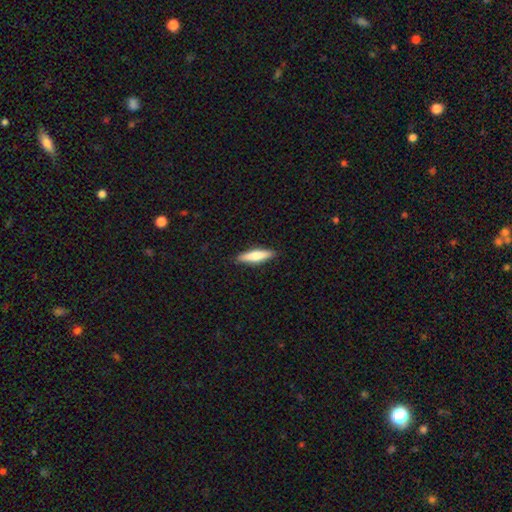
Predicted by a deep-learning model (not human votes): Smooth or featured? Predicted: smooth (p=0.69). How rounded? Predicted: cigar-shaped (p=0.74). Merging? Predicted: none (p=0.90).